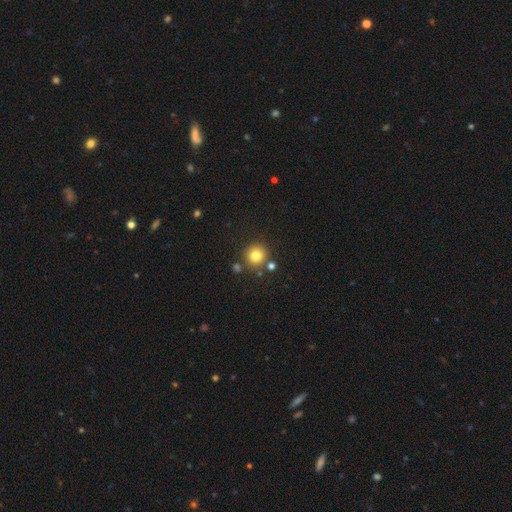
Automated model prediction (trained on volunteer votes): smooth 79%, star or artifact 13%, featured or disk 8%. Down the decision tree: how rounded — round (94%); merging — none (83%).